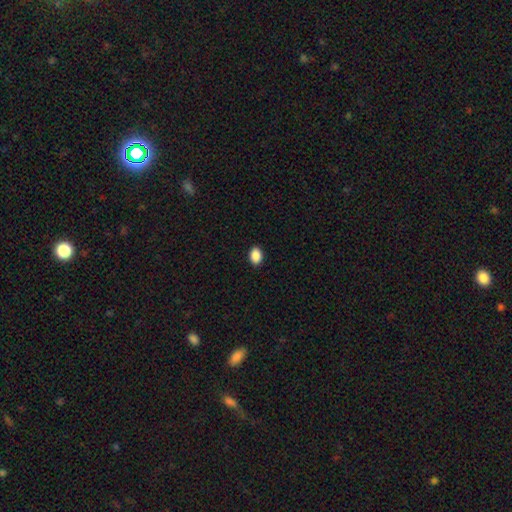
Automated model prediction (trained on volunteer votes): smooth-or-featured: smooth: 90% | star or artifact: 8% | featured or disk: 3%
  how-rounded: in between: 84% | round: 14% | cigar-shaped: 1%
  merging: none: 90% | minor disturbance: 7% | major disturbance: 2% | merger: 1%